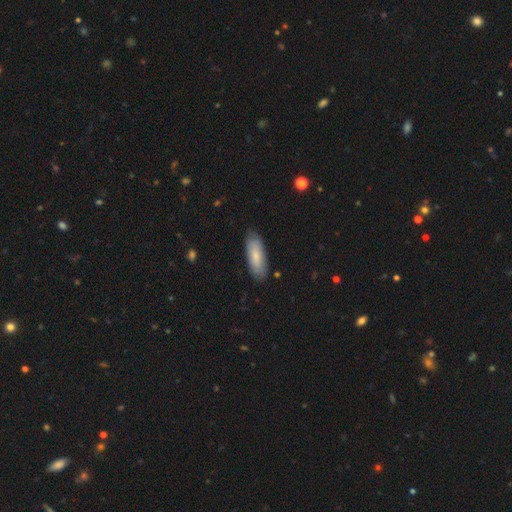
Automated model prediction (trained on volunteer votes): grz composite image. It shows a smooth galaxy with no disk features (76%) that is in between round and cigar-shaped (67%). Merging: none (81%).